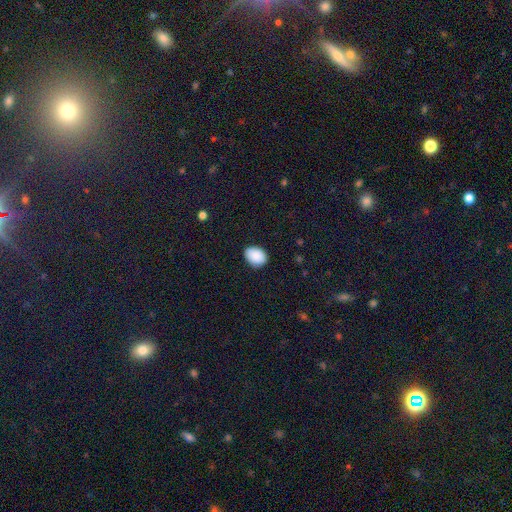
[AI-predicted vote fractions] smooth 89%, star or artifact 7%, featured or disk 4%. Down the decision tree: how rounded — in between (70%); merging — none (86%).